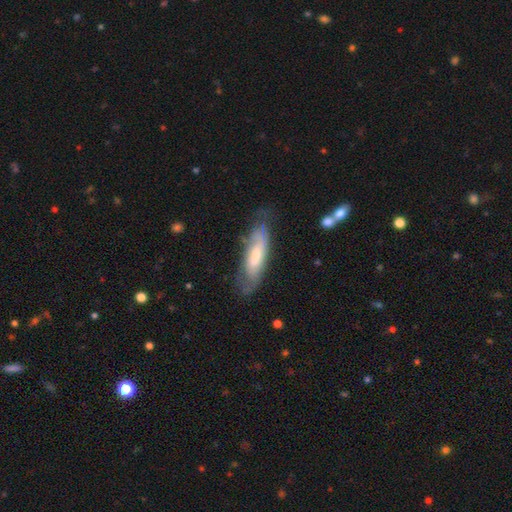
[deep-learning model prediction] The model was most divided on "smooth or featured": featured or disk: 48%, smooth: 45%, star or artifact: 6%. More confident: merging — none (61%).